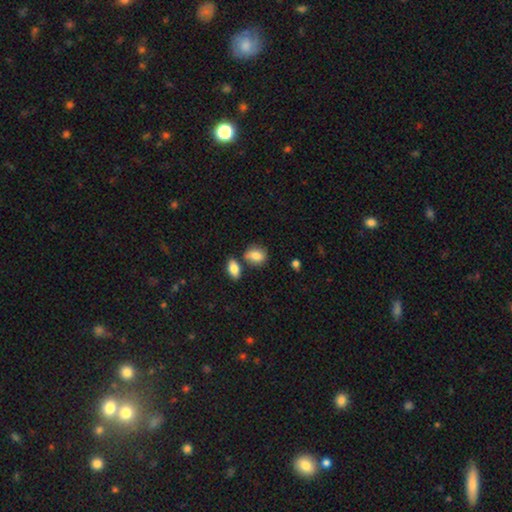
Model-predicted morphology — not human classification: Smooth or featured: smooth — 82% (featured or disk — 10%)
How rounded: in between — 63% (round — 35%)
Merging: none — 65% (merger — 17%)